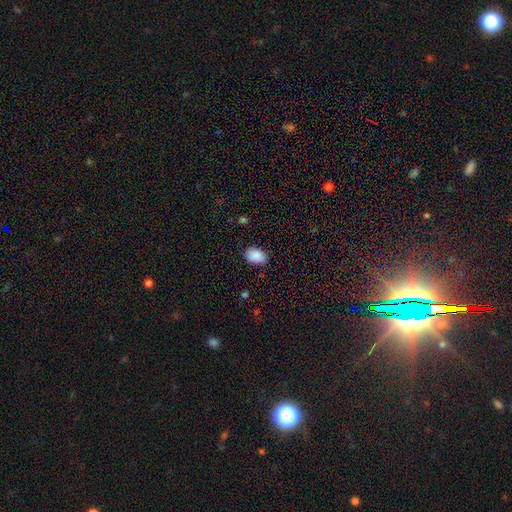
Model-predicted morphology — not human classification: Smooth or featured: smooth — 89% (star or artifact — 7%)
How rounded: in between — 86% (round — 13%)
Merging: none — 82% (minor disturbance — 15%)